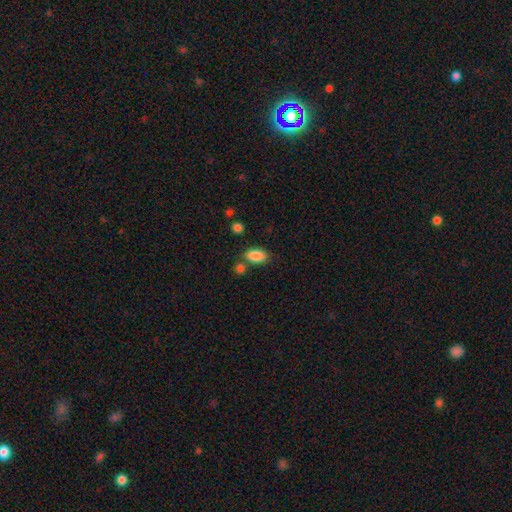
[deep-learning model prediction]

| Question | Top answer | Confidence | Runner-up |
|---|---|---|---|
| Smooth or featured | smooth | 87% | star or artifact (8%) |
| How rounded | in between | 91% | round (5%) |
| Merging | none | 71% | minor disturbance (14%) |